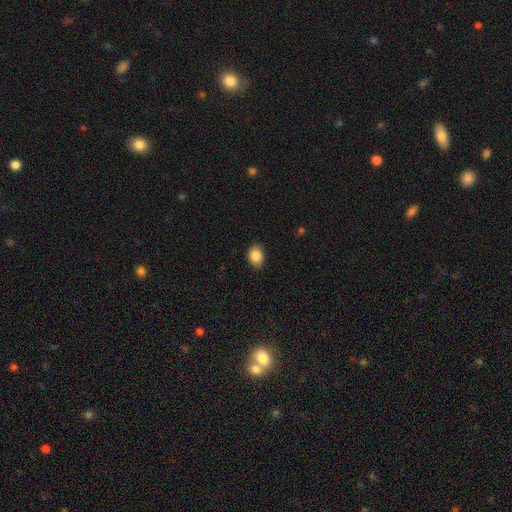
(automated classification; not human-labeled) Smooth or featured: smooth — 87% (star or artifact — 8%)
How rounded: in between — 60% (round — 39%)
Merging: none — 87% (minor disturbance — 10%)